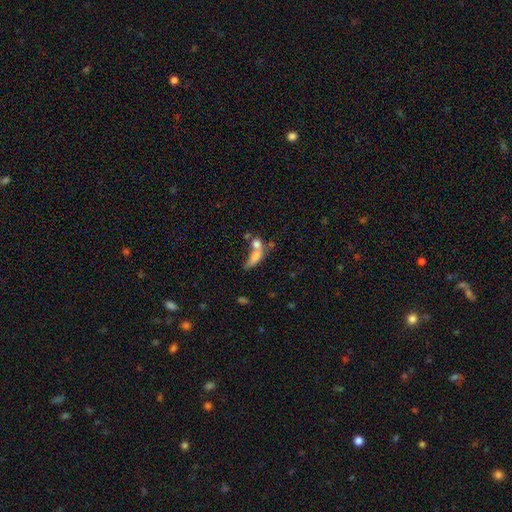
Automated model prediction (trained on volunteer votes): Overall: smooth (65%; featured or disk 25%). How rounded: in between (58%; cigar-shaped 25%). Merging: merger (60%; none 20%).